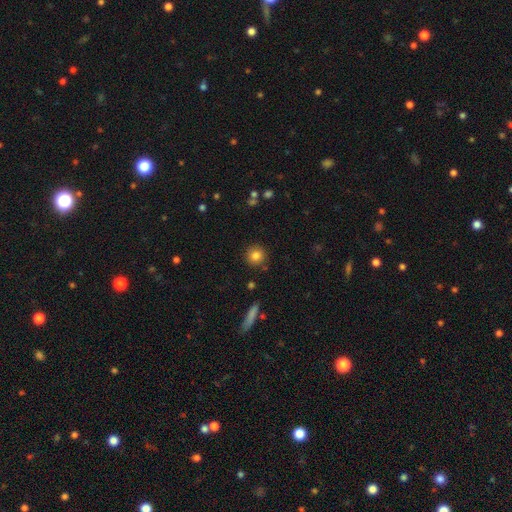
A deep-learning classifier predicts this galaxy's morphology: This appears to be a smooth galaxy with no disk features (83%) that is round (93%). Merging: none (89%).